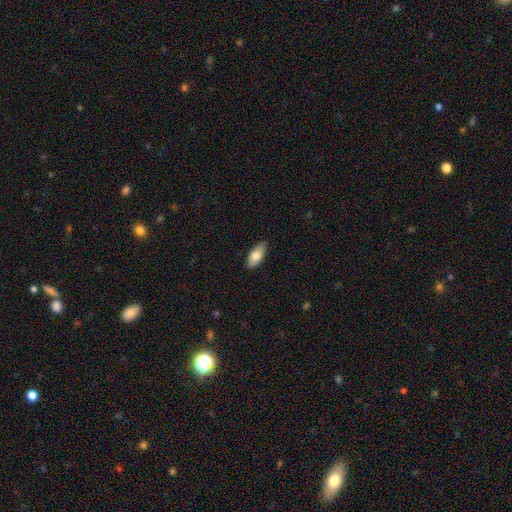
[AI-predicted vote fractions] This appears to be a smooth galaxy with no disk features (79%) that is in between round and cigar-shaped (88%). Merging: none (85%).